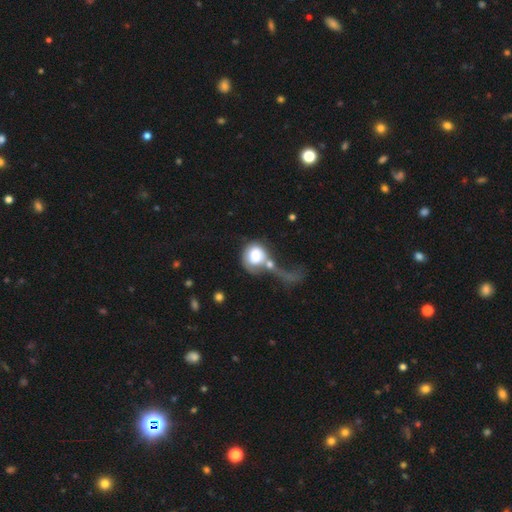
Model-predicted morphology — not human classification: Smooth or featured: smooth — 61% (featured or disk — 31%)
How rounded: round — 75% (in between — 23%)
Merging: major disturbance — 44% (merger — 36%)